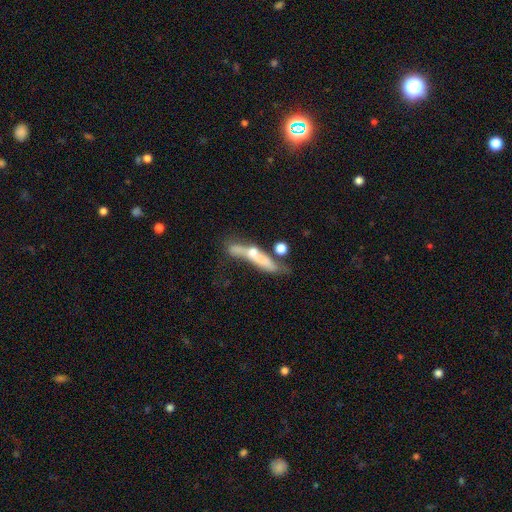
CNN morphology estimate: featured or disk 47%, smooth 43%, star or artifact 10%. Down the decision tree: merging — none (31%).